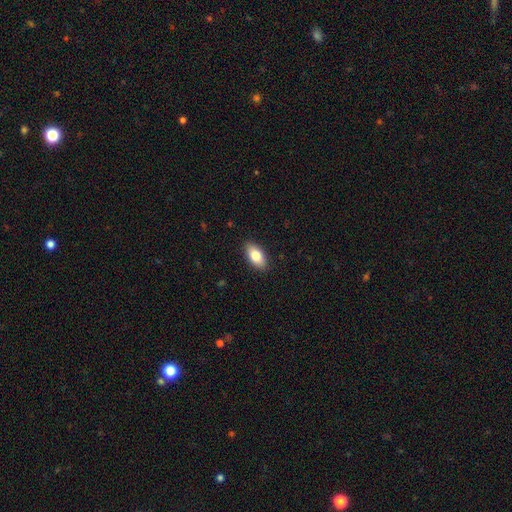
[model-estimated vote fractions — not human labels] Morphology: type=smooth (81%); roundness=in between (91%); merging=none (89%).